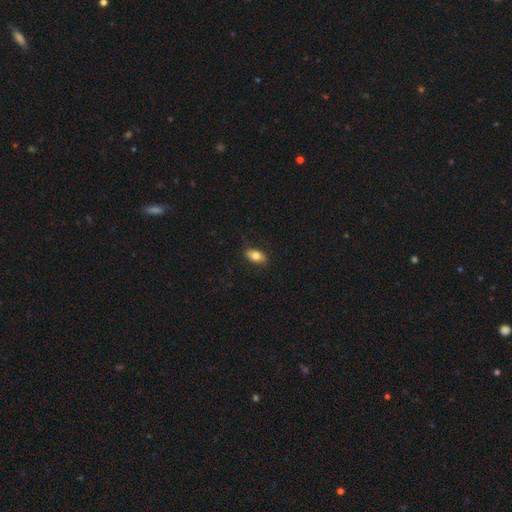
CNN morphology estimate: This appears to be a smooth galaxy with no disk features (75%) that is in between round and cigar-shaped (86%). Merging: none (83%).